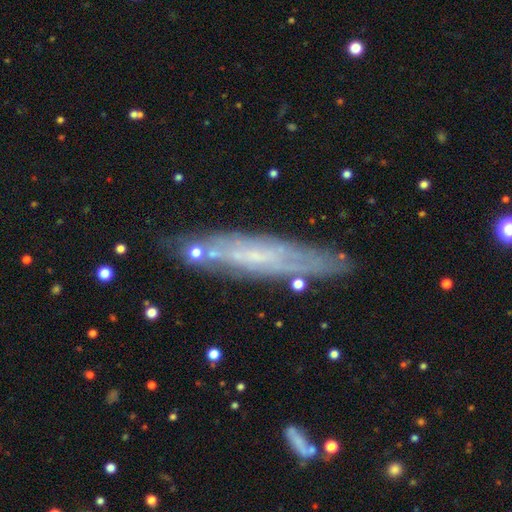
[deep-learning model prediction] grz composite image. It shows a featured or disk galaxy (62%) viewed edge-on (59%). Merging: none (80%).